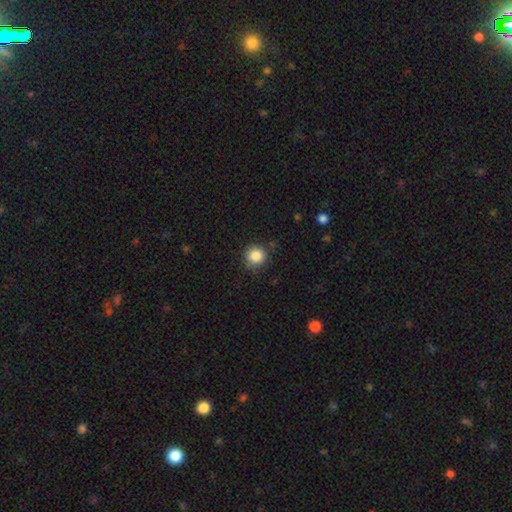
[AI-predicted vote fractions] Morphology: type=smooth (85%); roundness=round (92%); merging=none (84%).